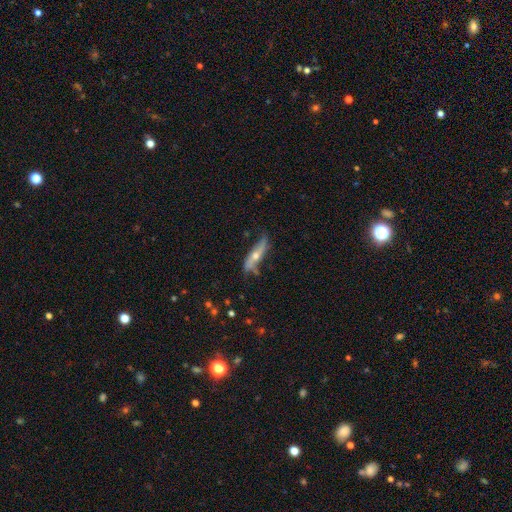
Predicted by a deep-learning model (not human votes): This appears to be a featured or disk galaxy (59%) viewed edge-on (61%). Merging: none (60%).